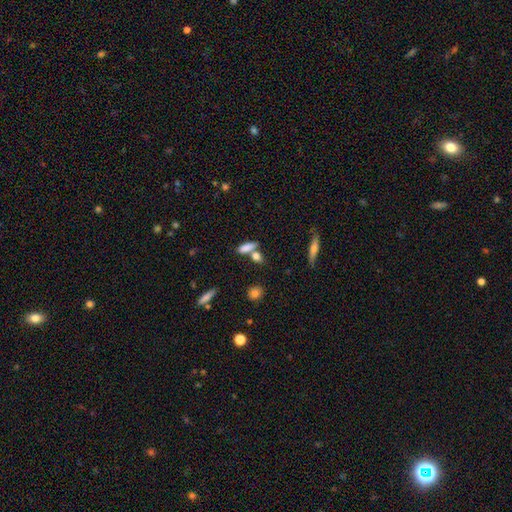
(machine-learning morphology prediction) Smooth or featured?
  - smooth: 69% *
  - featured or disk: 16%
  - star or artifact: 15%
How rounded?
  - in between: 44% *
  - cigar-shaped: 42%
  - round: 14%
Merging?
  - none: 60% *
  - merger: 24%
  - minor disturbance: 11%
  - major disturbance: 4%